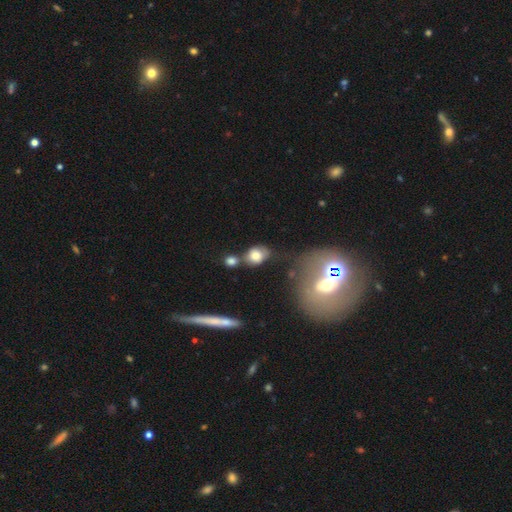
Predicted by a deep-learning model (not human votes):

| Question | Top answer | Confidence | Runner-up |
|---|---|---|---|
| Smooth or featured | smooth | 75% | featured or disk (15%) |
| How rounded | in between | 52% | round (46%) |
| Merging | none | 44% | merger (29%) |